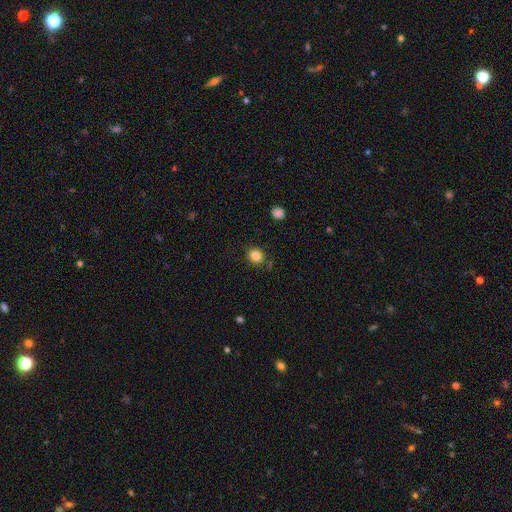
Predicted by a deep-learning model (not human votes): smooth 83%, star or artifact 11%, featured or disk 6%. Down the decision tree: how rounded — round (72%); merging — none (82%).